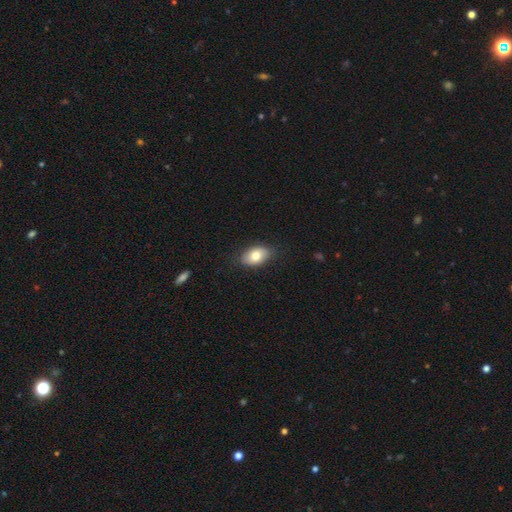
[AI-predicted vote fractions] Smooth or featured? Predicted: smooth (p=0.78). How rounded? Predicted: in between (p=0.90). Merging? Predicted: none (p=0.84).